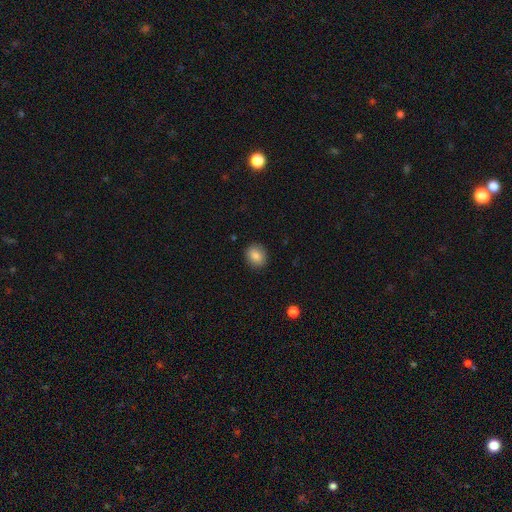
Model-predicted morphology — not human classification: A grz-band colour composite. It shows a smooth galaxy with no disk features (84%) that is round (69%). Merging: none (89%).